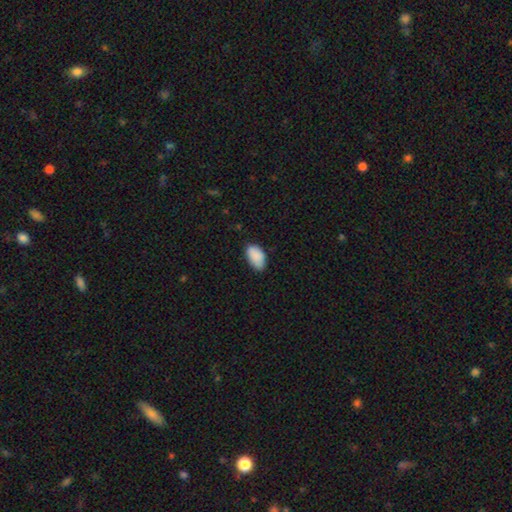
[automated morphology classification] Smooth or featured? Predicted: smooth (p=0.89). How rounded? Predicted: in between (p=0.95). Merging? Predicted: none (p=0.75).